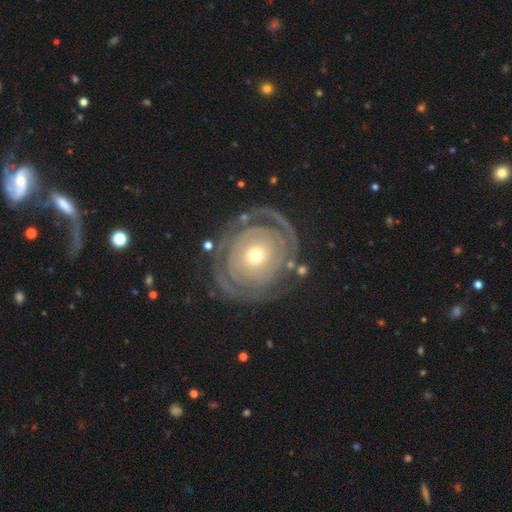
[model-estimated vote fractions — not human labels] Overall: featured or disk (82%). Edge-on disk: no (96%). Bar: no (84%). Spiral arms: yes (83%). Spiral arm count: can't tell (34%; 2 28%). Spiral winding: tight (84%). Bulge size: small (53%; moderate 42%). Merging: none (74%).